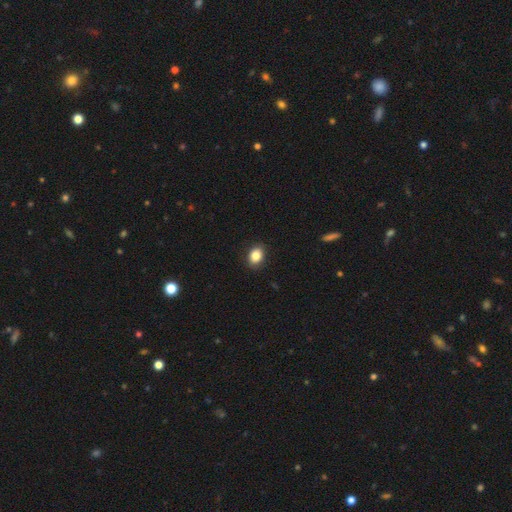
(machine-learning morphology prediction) Q: Smooth or featured?
A: smooth (86%); runner-up: star or artifact (9%)
Q: How rounded?
A: in between (63%); runner-up: round (36%)
Q: Merging?
A: none (89%); runner-up: minor disturbance (8%)